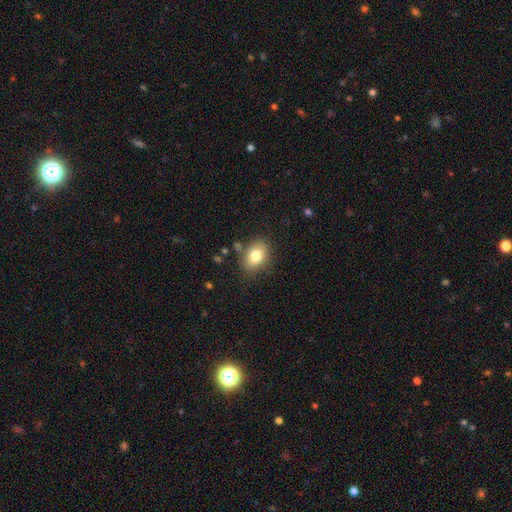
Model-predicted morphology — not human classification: smooth_or_featured: smooth (p=0.79) [alt: featured or disk p=0.12]
how_rounded: in between (p=0.78) [alt: round p=0.20]
merging: none (p=0.77) [alt: minor disturbance p=0.14]